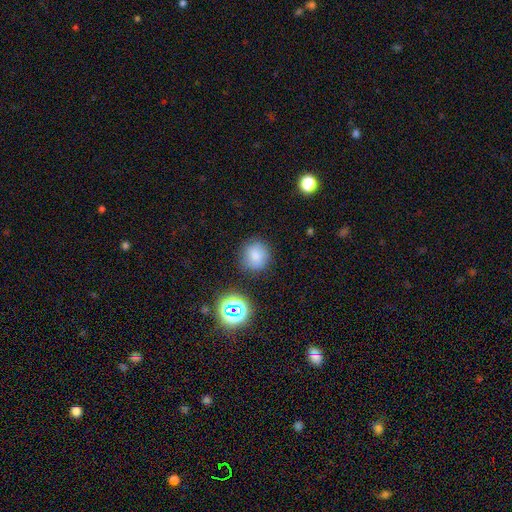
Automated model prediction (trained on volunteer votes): smooth-or-featured: smooth: 77% | star or artifact: 16% | featured or disk: 7%
  how-rounded: round: 87% | in between: 12% | cigar-shaped: 1%
  merging: none: 83% | minor disturbance: 11% | major disturbance: 3% | merger: 3%